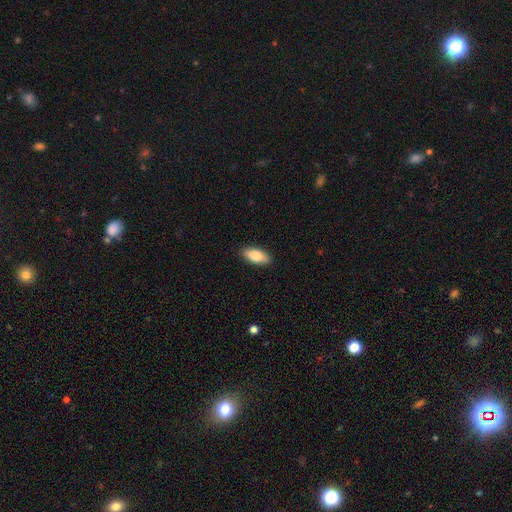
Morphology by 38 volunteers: Smooth or featured? smooth (87%)
How rounded? in between (82%)
Merging? none (92%)